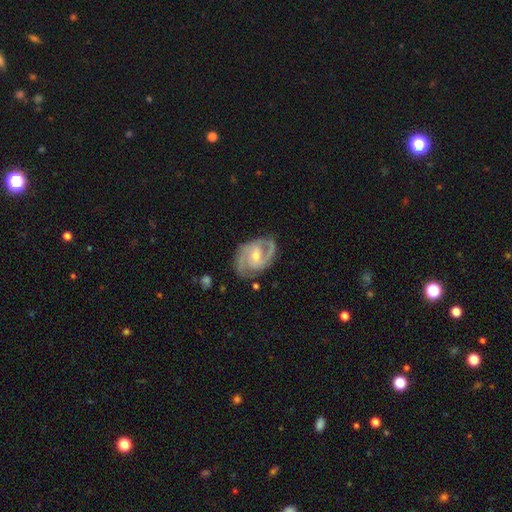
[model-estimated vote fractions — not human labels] Q: Smooth or featured?
A: featured or disk (89%); runner-up: smooth (6%)
Q: Edge-on disk?
A: no (97%); runner-up: yes (3%)
Q: Bar?
A: no (43%); tied with: weak (43%)
Q: Spiral arms?
A: yes (97%); runner-up: no (3%)
Q: Spiral winding?
A: medium (51%); runner-up: tight (39%)
Q: Spiral arm count?
A: 2 (81%); runner-up: 3 (10%)
Q: Bulge size?
A: moderate (54%); runner-up: small (43%)
Q: Merging?
A: none (78%); runner-up: minor disturbance (16%)